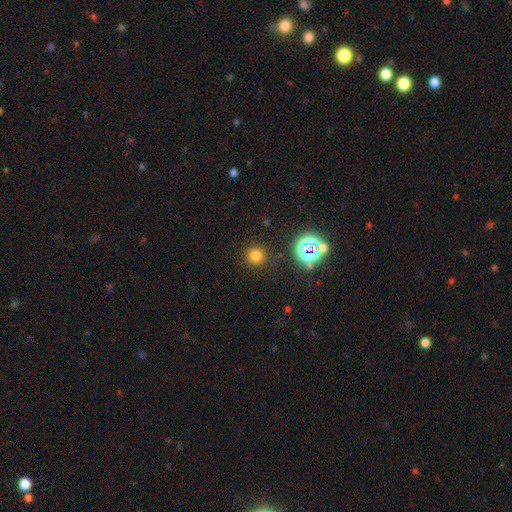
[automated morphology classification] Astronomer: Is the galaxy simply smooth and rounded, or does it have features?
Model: smooth — 73%.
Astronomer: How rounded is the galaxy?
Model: round — 94%.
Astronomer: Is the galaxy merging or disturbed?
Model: none — 89%.